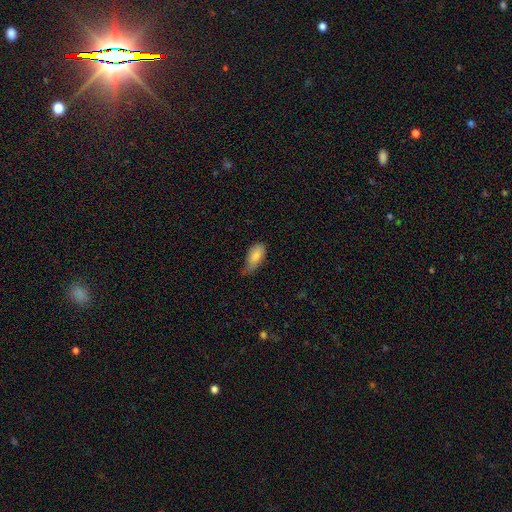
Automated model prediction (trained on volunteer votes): smooth 81%, featured or disk 12%, star or artifact 7%. Down the decision tree: how rounded — in between (90%); merging — minor disturbance (50%).